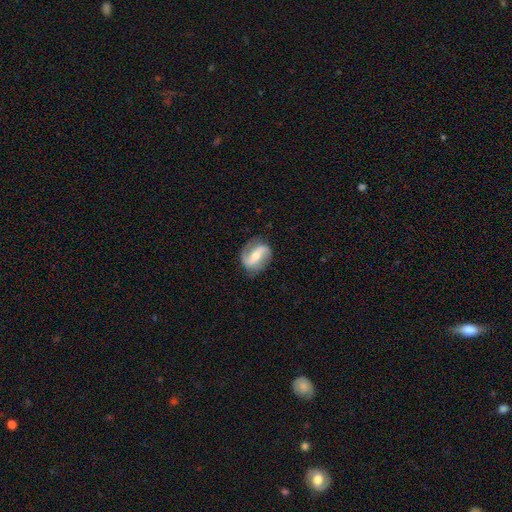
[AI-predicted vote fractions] Overall: featured or disk (84%). Edge-on disk: no (97%). Bar: strong (43%; weak 34%). Spiral arms: yes (94%). Spiral arm count: 2 (90%). Spiral winding: loose (42%; medium 41%). Bulge size: moderate (55%; small 39%). Merging: none (79%).